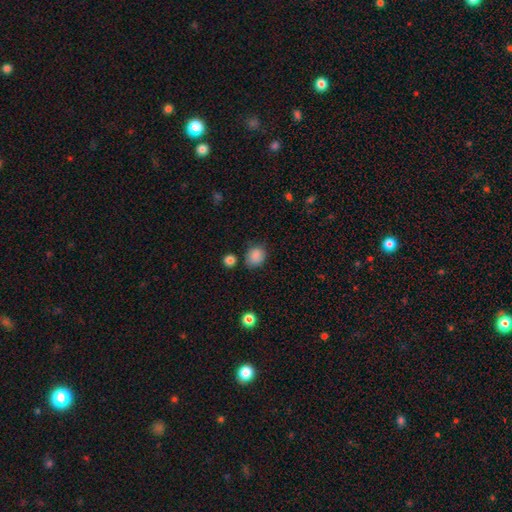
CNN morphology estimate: smooth_or_featured: smooth (p=0.86) [alt: star or artifact p=0.10]
how_rounded: round (p=0.70) [alt: in between p=0.30]
merging: none (p=0.74) [alt: minor disturbance p=0.17]